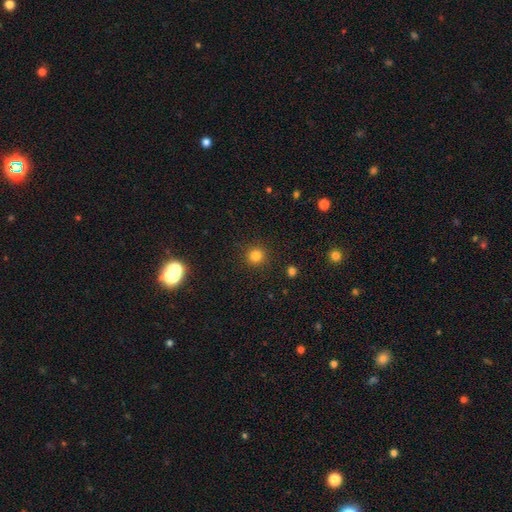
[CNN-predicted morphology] smooth 82%, star or artifact 14%, featured or disk 5%. Down the decision tree: how rounded — round (94%); merging — none (91%).